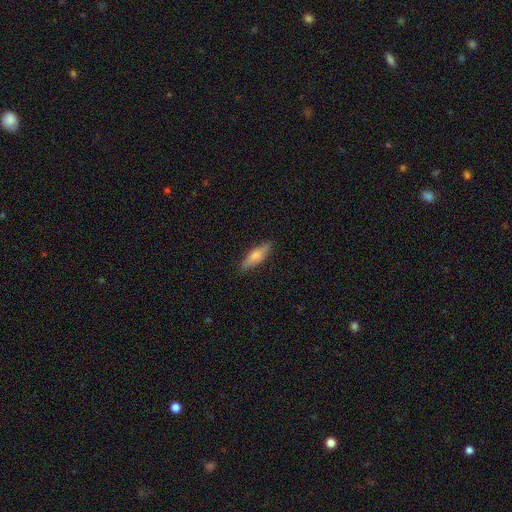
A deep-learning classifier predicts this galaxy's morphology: Overall: smooth (73%). How rounded: cigar-shaped (51%; in between 47%). Merging: none (86%).